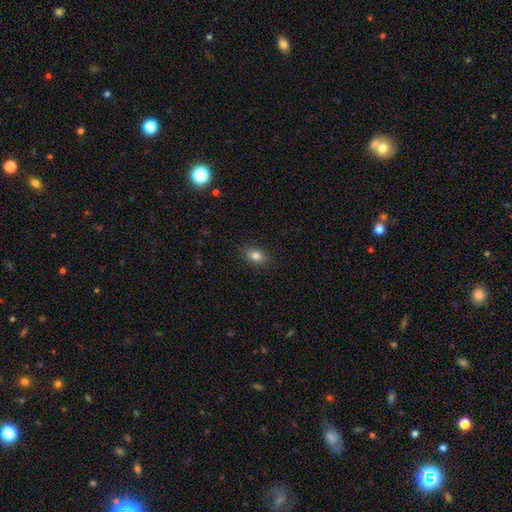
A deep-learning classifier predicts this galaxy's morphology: Overall: smooth (83%). How rounded: in between (76%). Merging: none (87%).